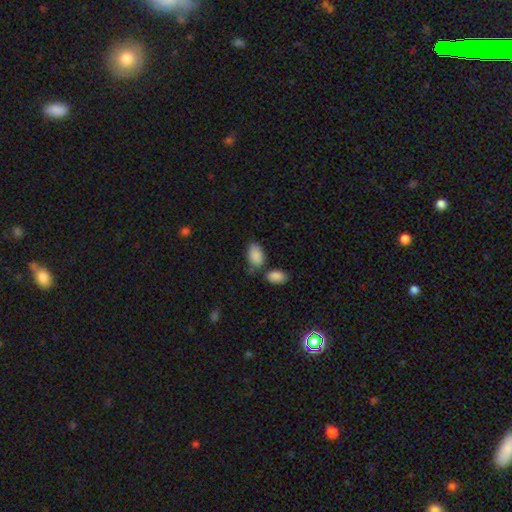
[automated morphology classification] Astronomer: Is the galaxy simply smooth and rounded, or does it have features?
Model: smooth — 88%.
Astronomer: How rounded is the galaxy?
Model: in between — 93%.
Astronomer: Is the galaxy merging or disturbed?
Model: none — 52%.